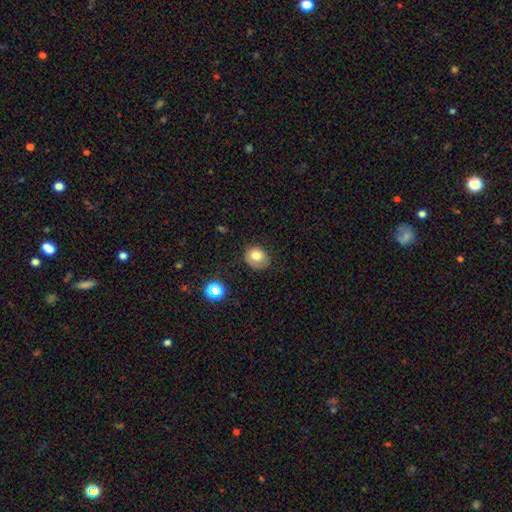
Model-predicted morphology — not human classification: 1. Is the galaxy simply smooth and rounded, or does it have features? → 75% smooth, 14% featured or disk, 11% star or artifact.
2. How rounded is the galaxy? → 61% round, 38% in between, 1% cigar-shaped.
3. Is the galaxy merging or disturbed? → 71% none, 21% minor disturbance, 6% major disturbance, 2% merger.